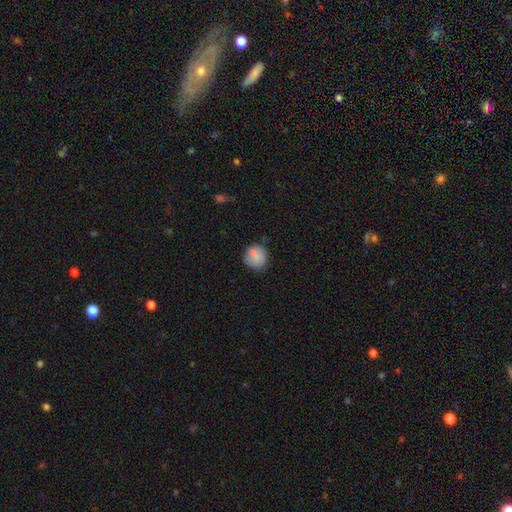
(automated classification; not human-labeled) Overall: smooth (80%). How rounded: round (82%). Merging: none (69%).